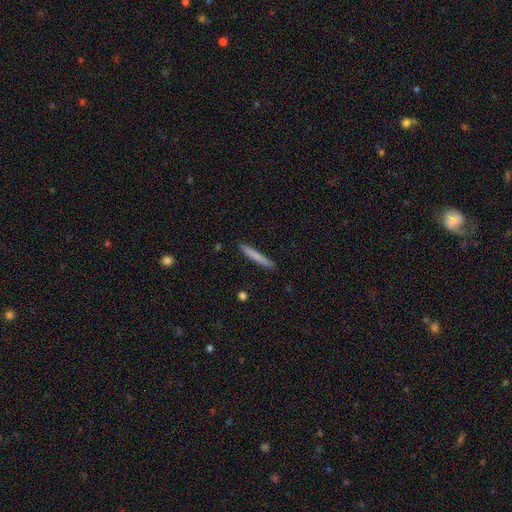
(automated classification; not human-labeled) smooth_or_featured: smooth (p=0.74) [alt: featured or disk p=0.20]
how_rounded: cigar-shaped (p=0.96) [alt: in between p=0.03]
merging: none (p=0.91) [alt: minor disturbance p=0.07]